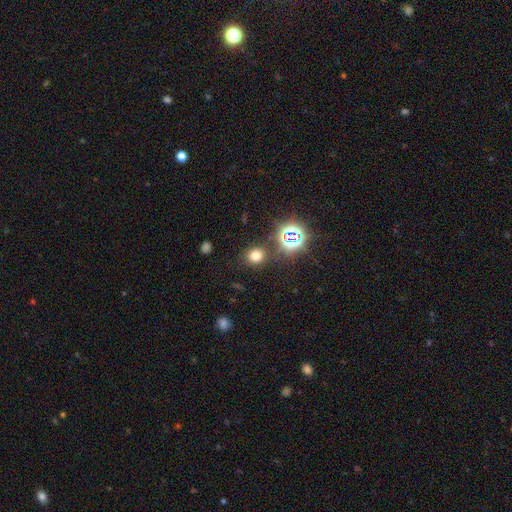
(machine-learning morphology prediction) The model was most divided on "smooth or featured": smooth: 68%, star or artifact: 25%, featured or disk: 7%. More confident: merging — none (84%); how rounded — round (77%).